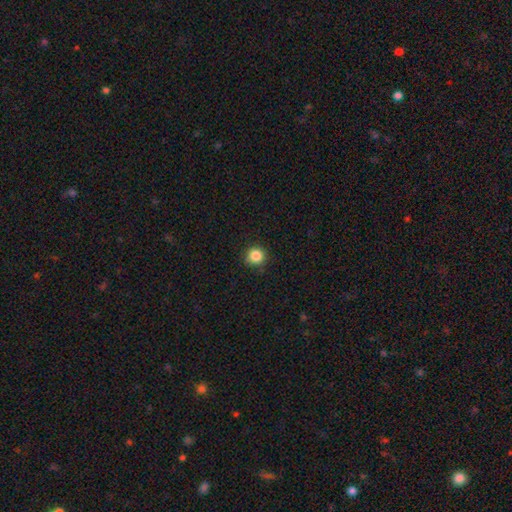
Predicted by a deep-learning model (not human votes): Overall: smooth (85%). How rounded: round (93%). Merging: none (89%).